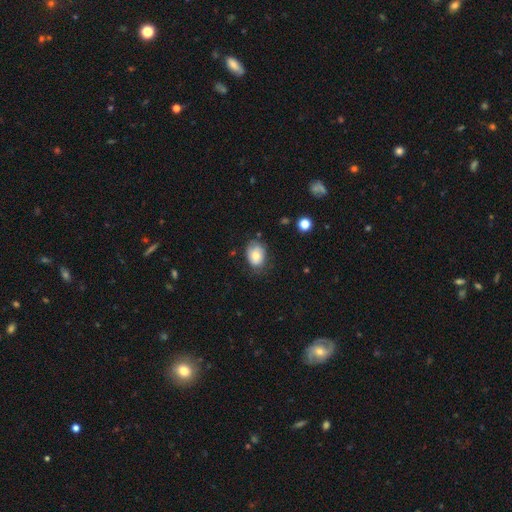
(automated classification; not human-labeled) smooth_or_featured: smooth (p=0.69) [alt: featured or disk p=0.22]
how_rounded: in between (p=0.68) [alt: round p=0.31]
merging: none (p=0.64) [alt: minor disturbance p=0.27]